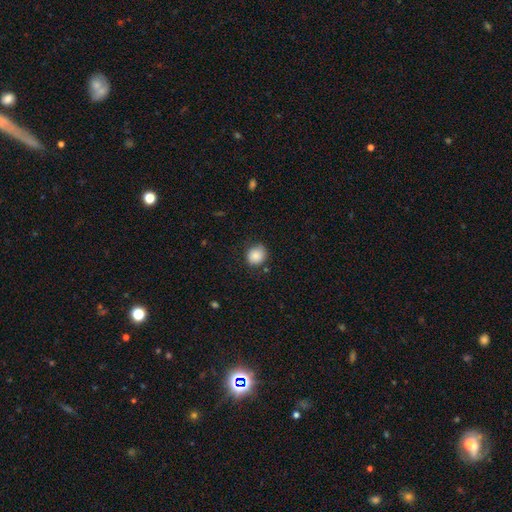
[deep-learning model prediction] Overall: smooth (87%). How rounded: round (85%). Merging: none (79%).